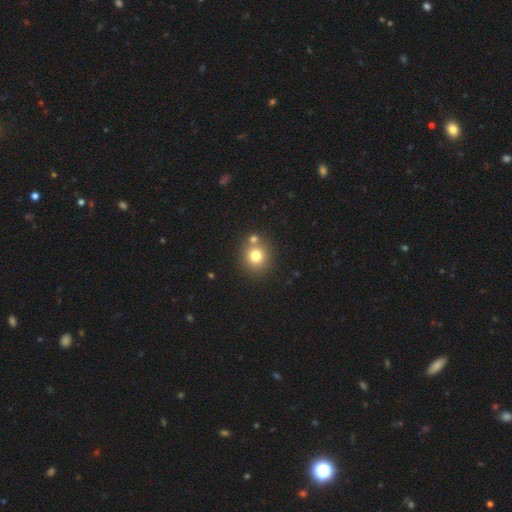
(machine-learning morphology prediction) This appears to be a smooth galaxy with no disk features (76%) that is round (86%). Merging: none (71%).